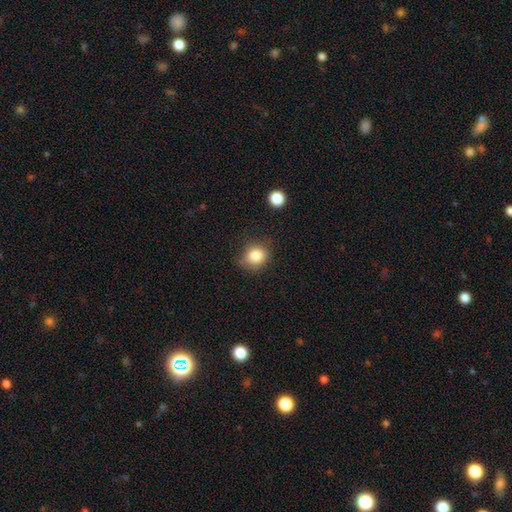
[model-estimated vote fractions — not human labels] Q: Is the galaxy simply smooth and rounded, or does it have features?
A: smooth — 83%.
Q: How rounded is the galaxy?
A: round — 74%.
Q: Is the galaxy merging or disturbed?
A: none — 75%.